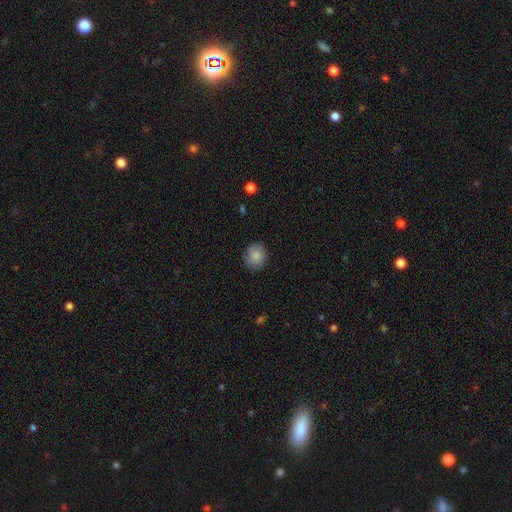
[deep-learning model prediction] Smooth or featured? Predicted: smooth (p=0.87). How rounded? Predicted: round (p=0.78). Merging? Predicted: none (p=0.88).